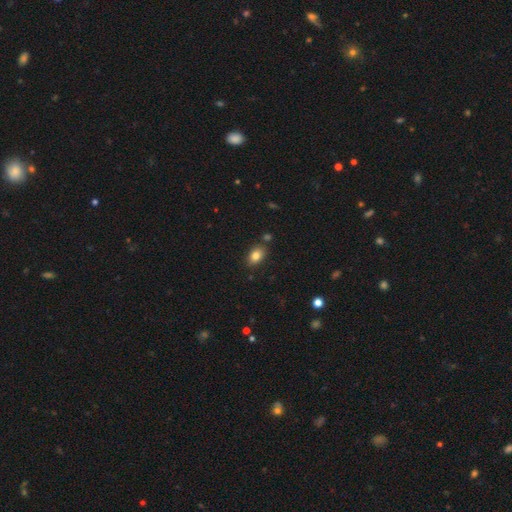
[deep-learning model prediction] The model was most divided on "how rounded": in between: 80%, round: 19%, cigar-shaped: 2%. More confident: smooth or featured — smooth (83%); merging — none (81%).